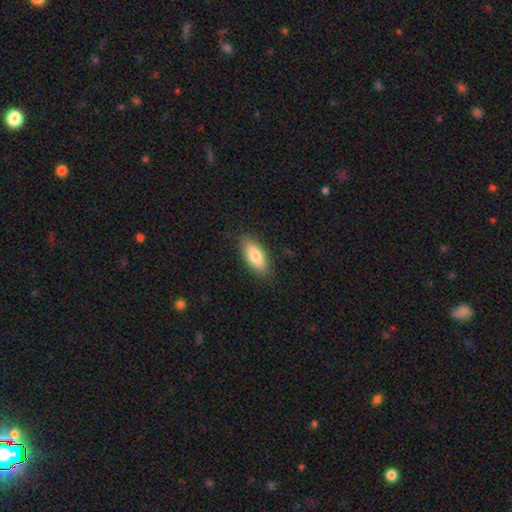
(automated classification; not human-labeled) This is likely a smooth galaxy (80%). How rounded: clearly in between (80%). Merging: clearly none (85%).